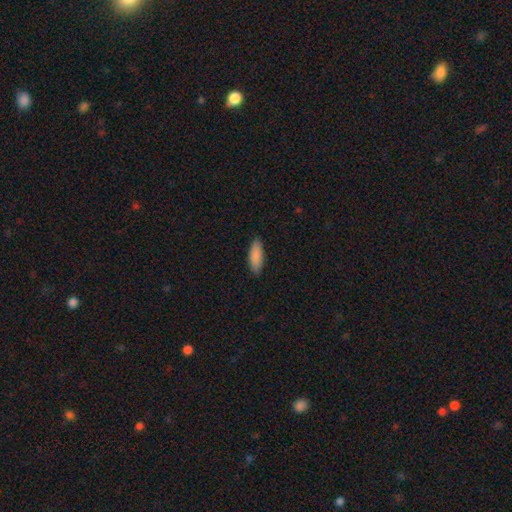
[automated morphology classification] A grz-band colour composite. It shows a smooth galaxy with no disk features (89%) that is in between round and cigar-shaped (67%). Merging: none (89%).